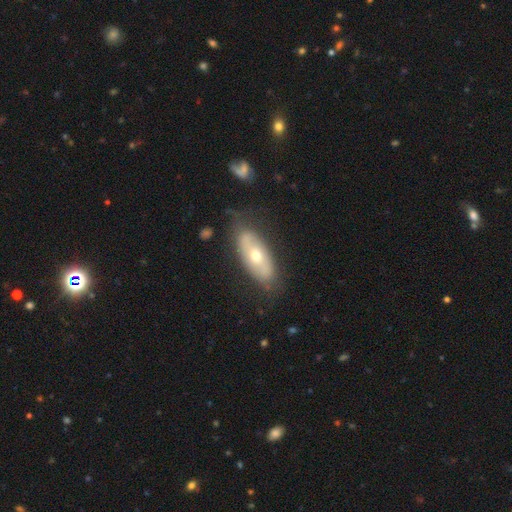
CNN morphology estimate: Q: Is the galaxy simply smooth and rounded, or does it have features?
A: featured or disk — 52%.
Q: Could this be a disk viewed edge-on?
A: no — 81%.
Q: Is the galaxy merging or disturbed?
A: none — 74%.